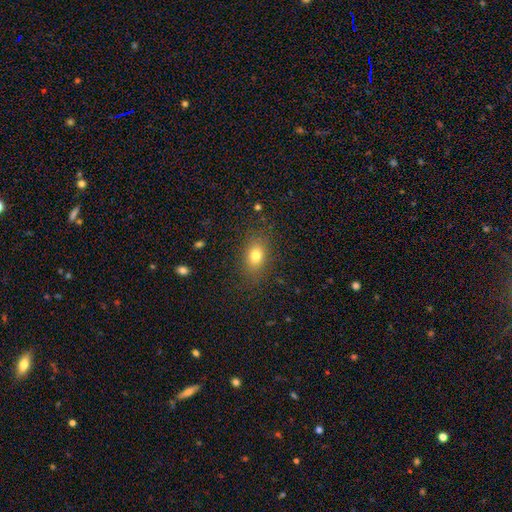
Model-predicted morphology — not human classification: This is likely a smooth galaxy (78%). How rounded: likely in between (75%). Merging: clearly none (84%).